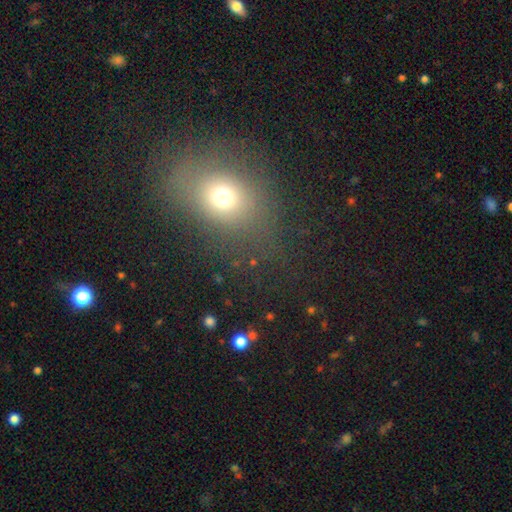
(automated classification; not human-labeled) The model was most divided on "how rounded": in between: 52%, round: 46%, cigar-shaped: 2%. More confident: merging — none (73%); smooth or featured — smooth (63%).